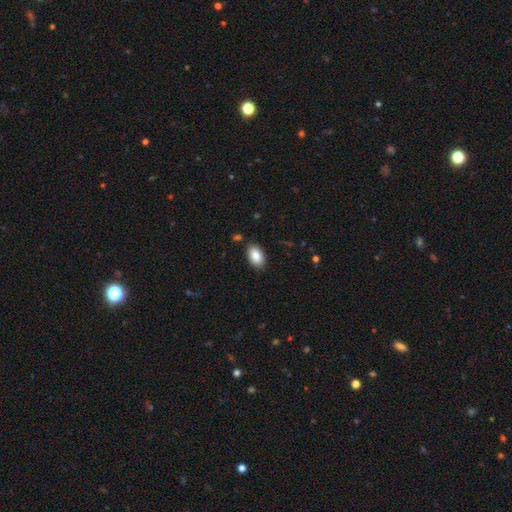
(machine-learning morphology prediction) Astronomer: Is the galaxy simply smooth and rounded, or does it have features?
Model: smooth — 86%.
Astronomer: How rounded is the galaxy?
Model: in between — 93%.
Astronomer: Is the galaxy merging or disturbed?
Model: none — 86%.